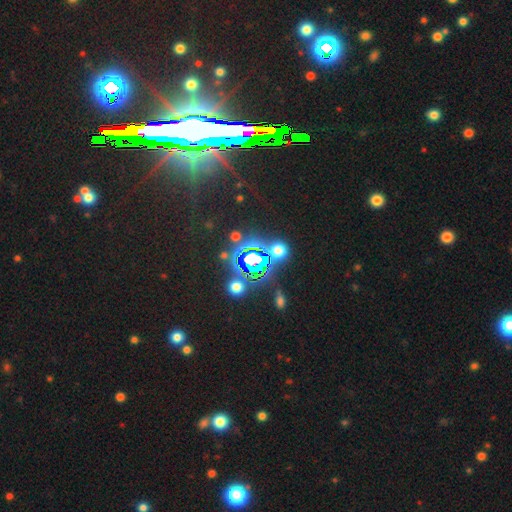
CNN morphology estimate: Smooth or featured? star or artifact (63%)